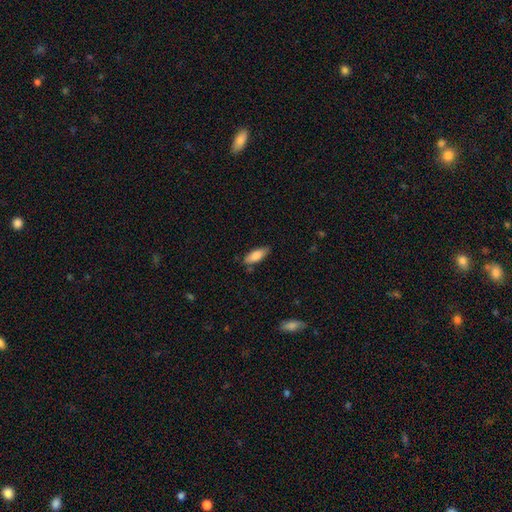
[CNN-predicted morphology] This appears to be a smooth galaxy with no disk features (83%) that is in between round and cigar-shaped (72%). Merging: none (78%).